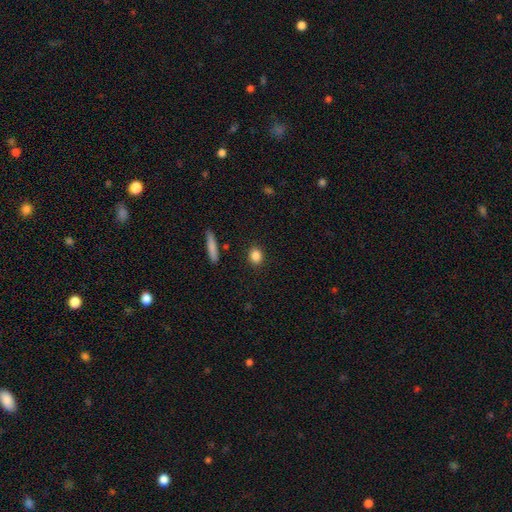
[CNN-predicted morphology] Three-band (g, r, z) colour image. It shows a smooth galaxy with no disk features (86%) that is round (61%). Merging: none (89%).